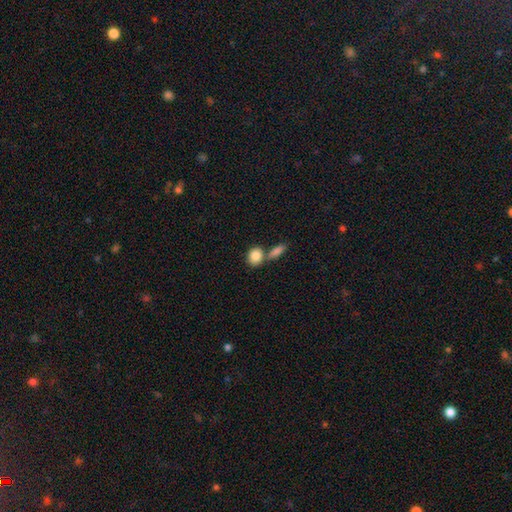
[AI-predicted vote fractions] Q: Smooth or featured?
A: smooth (86%); runner-up: featured or disk (7%)
Q: How rounded?
A: round (57%); runner-up: in between (40%)
Q: Merging?
A: none (50%); runner-up: merger (37%)